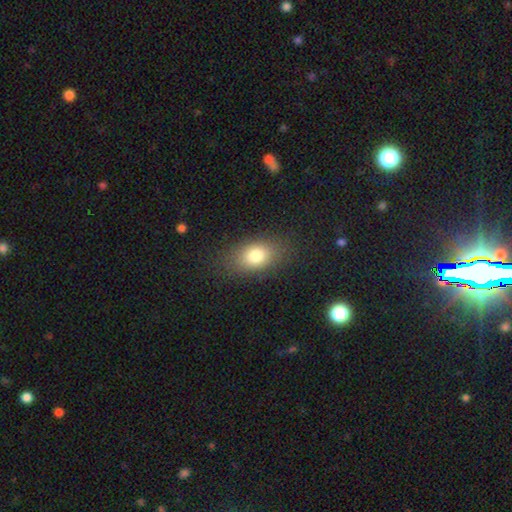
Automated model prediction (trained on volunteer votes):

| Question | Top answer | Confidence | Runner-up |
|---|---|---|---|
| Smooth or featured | smooth | 79% | star or artifact (11%) |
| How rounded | in between | 77% | round (20%) |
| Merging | none | 82% | minor disturbance (12%) |